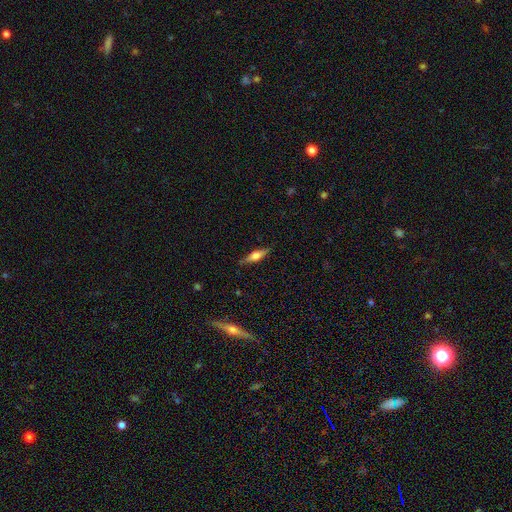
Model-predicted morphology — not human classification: smooth_or_featured: featured or disk (p=0.56) [alt: smooth p=0.37]
disk_edge_on: yes (p=0.95) [alt: no p=0.05]
edge_on_bulge: rounded (p=0.87) [alt: boxy p=0.10]
merging: none (p=0.85) [alt: minor disturbance p=0.11]